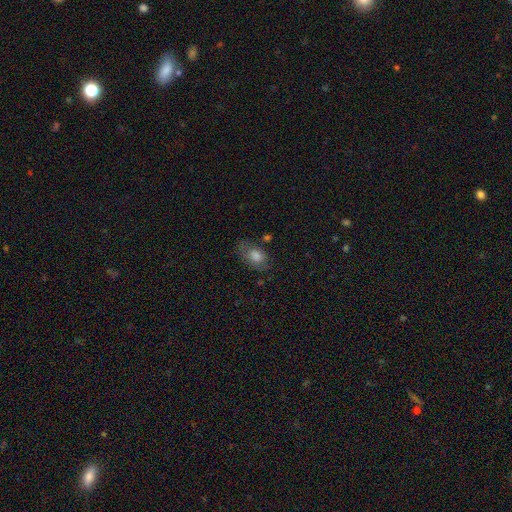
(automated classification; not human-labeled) smooth_or_featured: smooth (p=0.66) [alt: featured or disk p=0.21]
how_rounded: in between (p=0.82) [alt: round p=0.16]
merging: none (p=0.63) [alt: minor disturbance p=0.24]